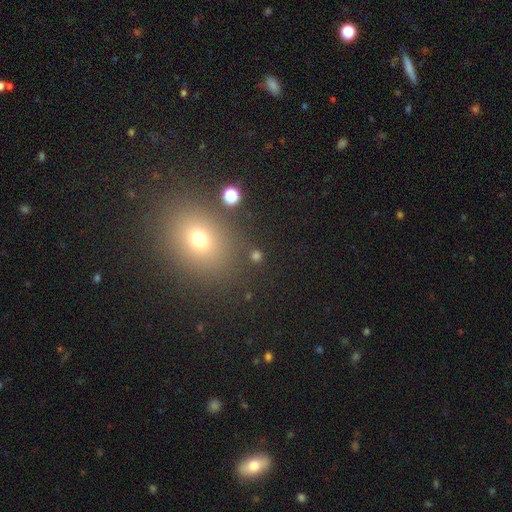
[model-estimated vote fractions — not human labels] Smooth or featured: smooth — 59% (star or artifact — 30%)
How rounded: round — 62% (in between — 36%)
Merging: none — 82% (minor disturbance — 9%)